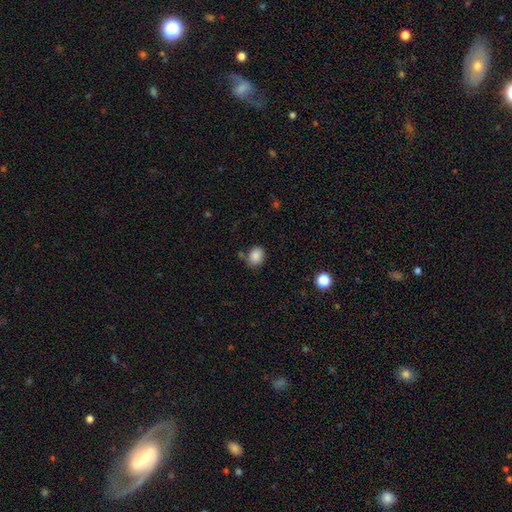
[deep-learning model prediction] Smooth or featured: smooth — 86% (star or artifact — 9%)
How rounded: in between — 52% (round — 47%)
Merging: none — 69% (minor disturbance — 18%)